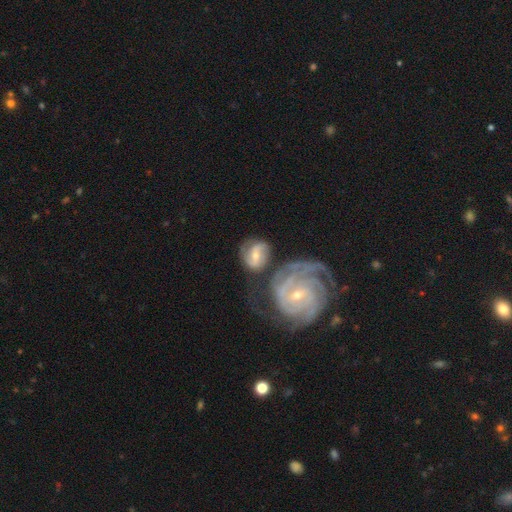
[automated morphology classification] Smooth or featured? featured or disk (71%)
Edge-on disk? no (96%)
Bar? weak (44%)
Spiral arms? yes (90%)
Spiral winding? tight (48%)
Spiral arm count? 2 (61%)
Bulge size? small (50%)
Merging? none (51%)